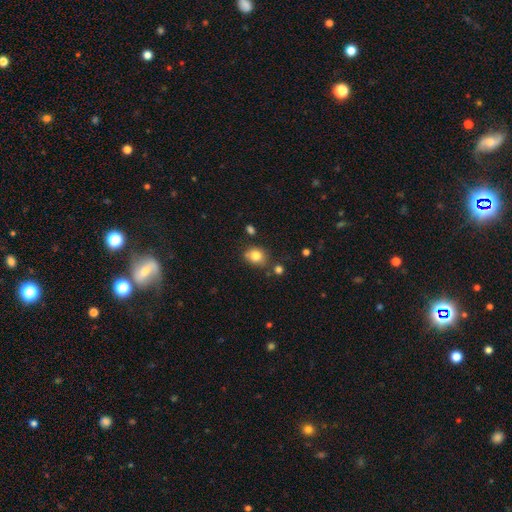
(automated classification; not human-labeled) smooth 80%, star or artifact 11%, featured or disk 9%. Down the decision tree: how rounded — round (61%); merging — none (70%).